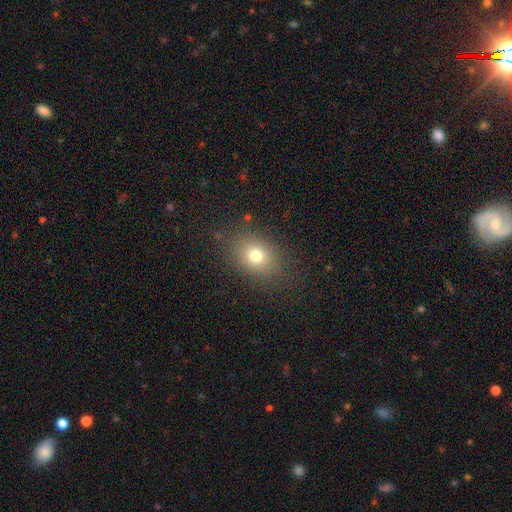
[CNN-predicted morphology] The model was most divided on "how rounded": in between: 54%, round: 44%, cigar-shaped: 1%. More confident: merging — none (83%); smooth or featured — smooth (74%).